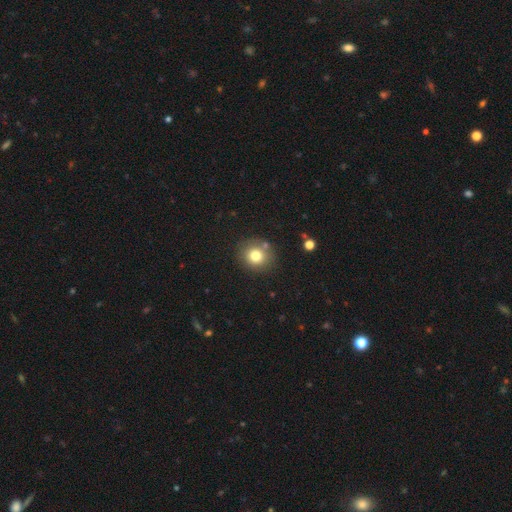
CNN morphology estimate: Smooth or featured?
  - smooth: 77% *
  - star or artifact: 12%
  - featured or disk: 10%
How rounded?
  - round: 86% *
  - in between: 13%
  - cigar-shaped: 1%
Merging?
  - none: 80% *
  - minor disturbance: 10%
  - merger: 7%
  - major disturbance: 3%